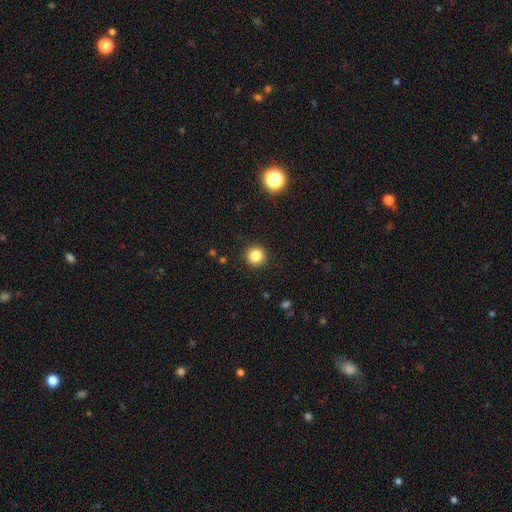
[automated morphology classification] Smooth or featured? smooth (84%)
How rounded? round (95%)
Merging? none (92%)